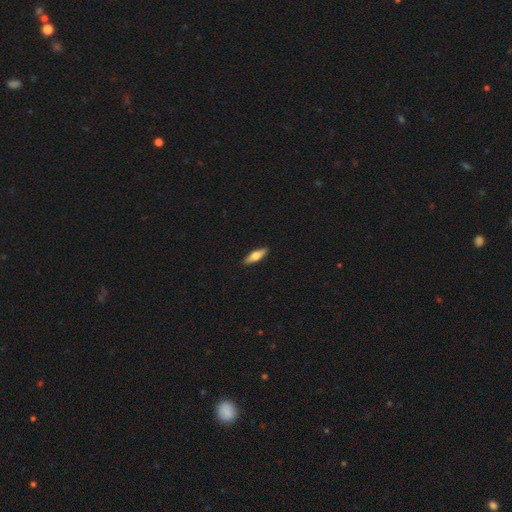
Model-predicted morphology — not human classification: Smooth or featured?
  - smooth: 54% *
  - featured or disk: 40%
  - star or artifact: 6%
How rounded?
  - cigar-shaped: 52% *
  - in between: 46%
  - round: 3%
Merging?
  - none: 91% *
  - minor disturbance: 7%
  - major disturbance: 1%
  - merger: 1%